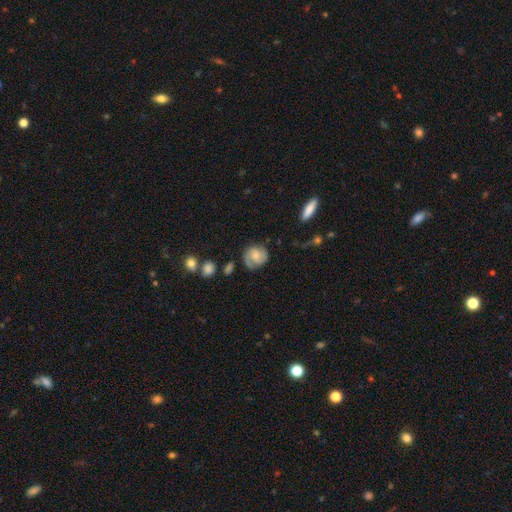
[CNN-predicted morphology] A featured or disk galaxy (55%) with no bar (59%), spiral arms (88%) and a moderate central bulge (44%). Merging: none (68%).